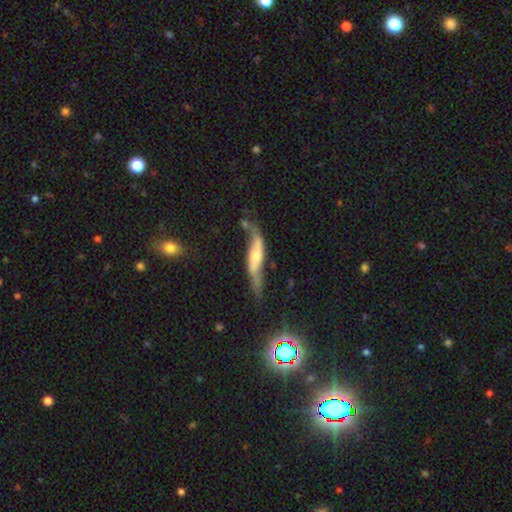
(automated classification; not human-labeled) Smooth or featured? featured or disk (62%)
Edge-on disk? yes (57%)
Merging? none (43%)